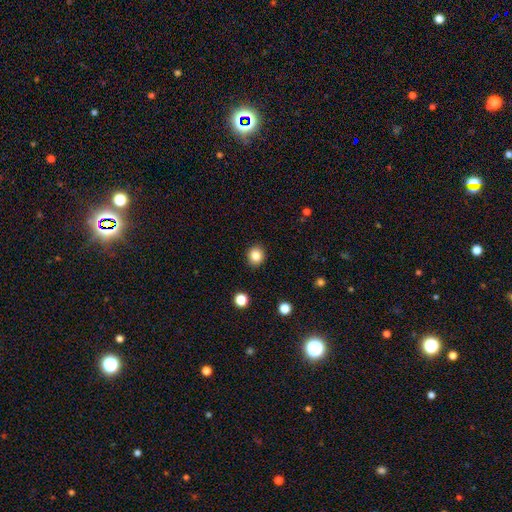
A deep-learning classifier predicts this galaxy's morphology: Smooth or featured: smooth — 84% (star or artifact — 11%)
How rounded: round — 82% (in between — 18%)
Merging: none — 91% (minor disturbance — 6%)